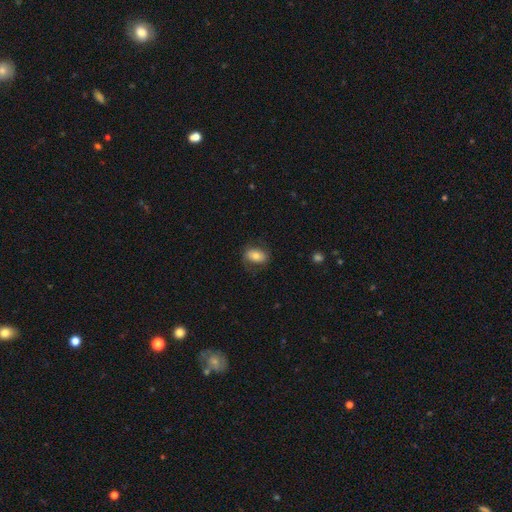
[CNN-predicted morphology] Smooth or featured: smooth — 66% (featured or disk — 26%)
How rounded: in between — 82% (round — 16%)
Merging: none — 68% (minor disturbance — 20%)